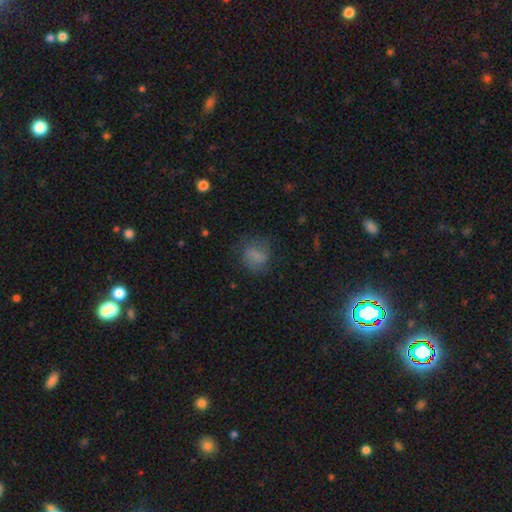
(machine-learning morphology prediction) This appears to be a smooth galaxy with no disk features (65%) that is round (54%). Merging: none (64%).